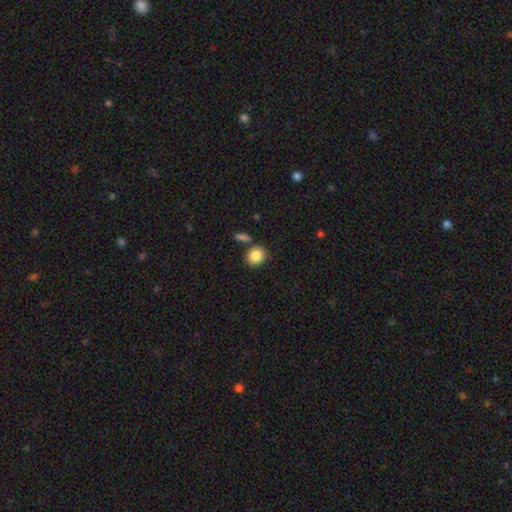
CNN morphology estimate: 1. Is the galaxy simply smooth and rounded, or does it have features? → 86% smooth, 8% star or artifact, 6% featured or disk.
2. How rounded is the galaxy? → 77% round, 22% in between, 1% cigar-shaped.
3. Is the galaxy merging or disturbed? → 74% none, 12% minor disturbance, 11% merger, 3% major disturbance.